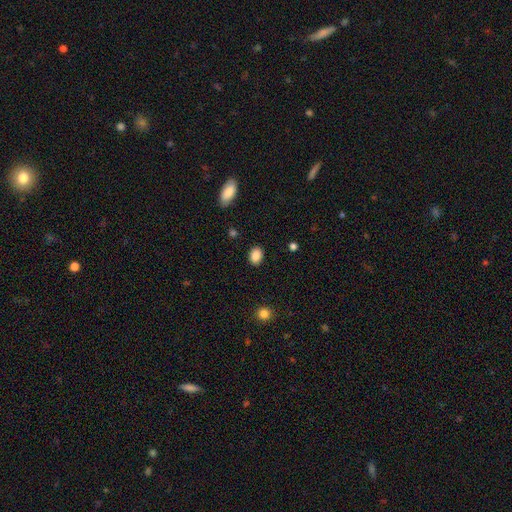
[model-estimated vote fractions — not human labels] This is clearly a smooth galaxy (88%). How rounded: likely in between (68%). Merging: clearly none (88%).